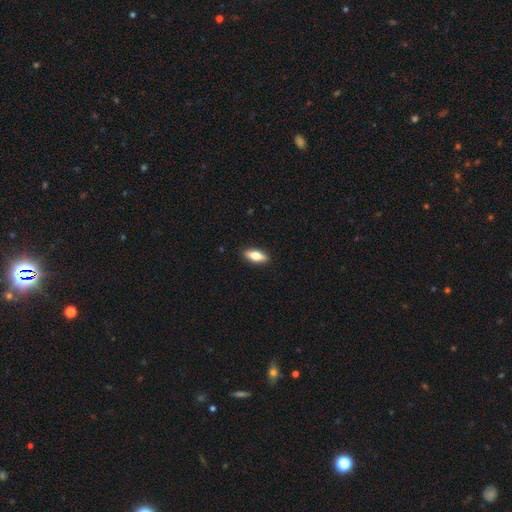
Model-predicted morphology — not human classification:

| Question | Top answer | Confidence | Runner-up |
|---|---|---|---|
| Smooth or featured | smooth | 65% | featured or disk (29%) |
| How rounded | in between | 69% | cigar-shaped (28%) |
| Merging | none | 90% | minor disturbance (7%) |